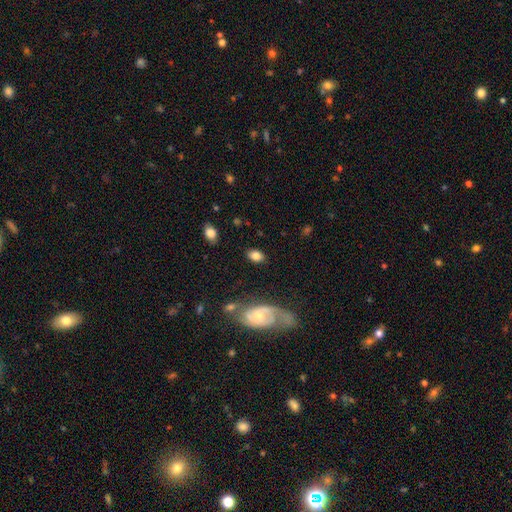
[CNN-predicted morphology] Smooth or featured: smooth — 76% (featured or disk — 16%)
How rounded: in between — 84% (round — 14%)
Merging: none — 77% (minor disturbance — 14%)